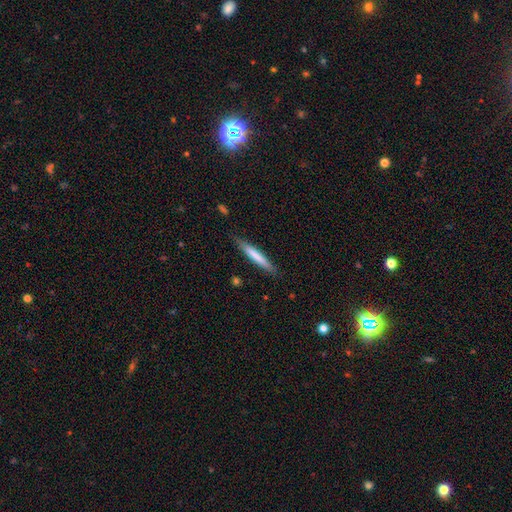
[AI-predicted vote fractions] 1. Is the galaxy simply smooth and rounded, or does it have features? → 69% smooth, 25% featured or disk, 6% star or artifact.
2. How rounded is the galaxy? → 95% cigar-shaped, 4% in between, 1% round.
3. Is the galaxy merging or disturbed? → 86% none, 11% minor disturbance, 2% major disturbance, 1% merger.